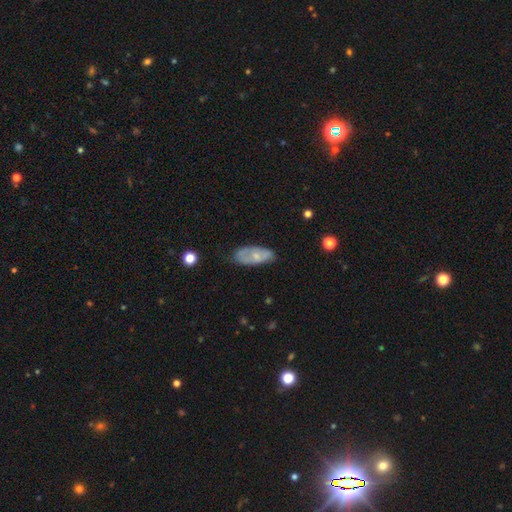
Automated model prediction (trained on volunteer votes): Overall: smooth (53%; featured or disk 41%). How rounded: in between (86%). Merging: none (66%).